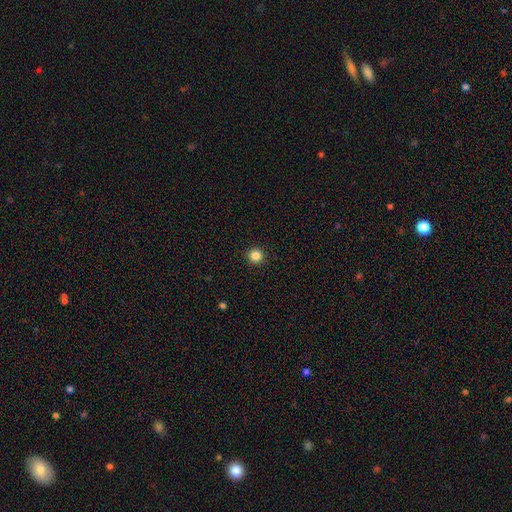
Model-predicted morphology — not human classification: smooth_or_featured: smooth (p=0.84) [alt: star or artifact p=0.12]
how_rounded: round (p=0.96) [alt: in between p=0.03]
merging: none (p=0.94) [alt: minor disturbance p=0.04]